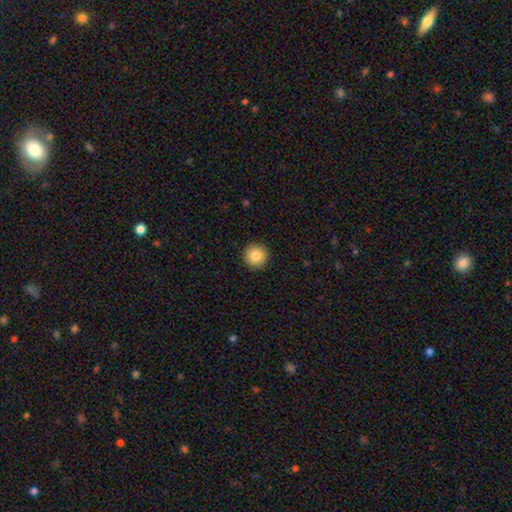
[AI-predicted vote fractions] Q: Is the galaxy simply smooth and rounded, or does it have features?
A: smooth — 85%.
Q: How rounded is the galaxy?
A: round — 96%.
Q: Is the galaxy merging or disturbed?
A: none — 93%.